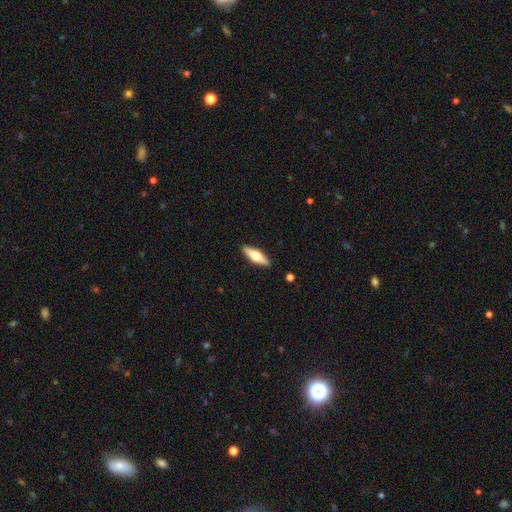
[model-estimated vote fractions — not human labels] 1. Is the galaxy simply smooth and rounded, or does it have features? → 47% smooth (tied), 47% featured or disk (tied), 6% star or artifact.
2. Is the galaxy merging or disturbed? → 90% none, 7% minor disturbance, 2% major disturbance, 1% merger.